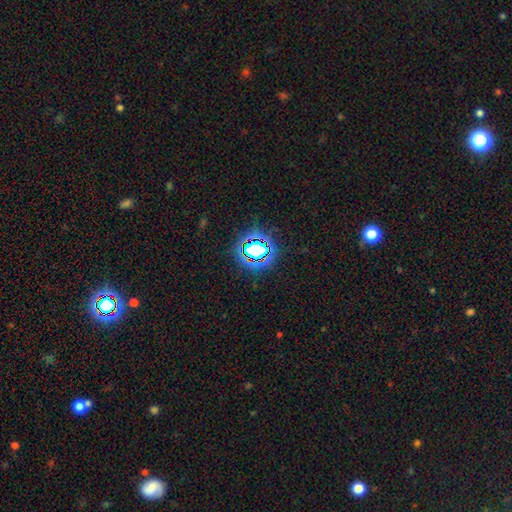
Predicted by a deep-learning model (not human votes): A star or artifact, not a galaxy (79%).

Vote fractions:
- Smooth or featured? star or artifact: 79% / smooth: 13% / featured or disk: 7%